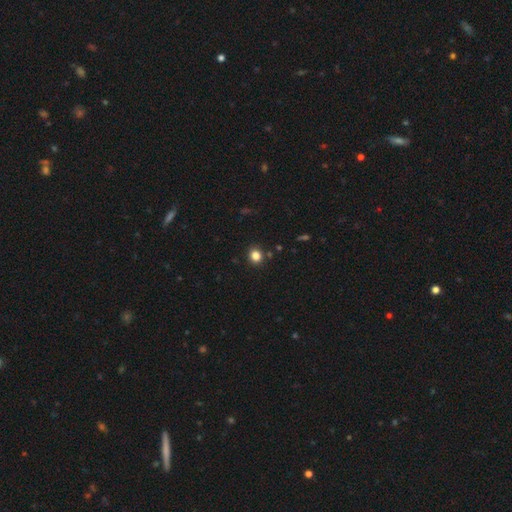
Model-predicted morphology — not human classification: This appears to be a smooth galaxy with no disk features (83%) that is round (82%). Merging: none (88%).